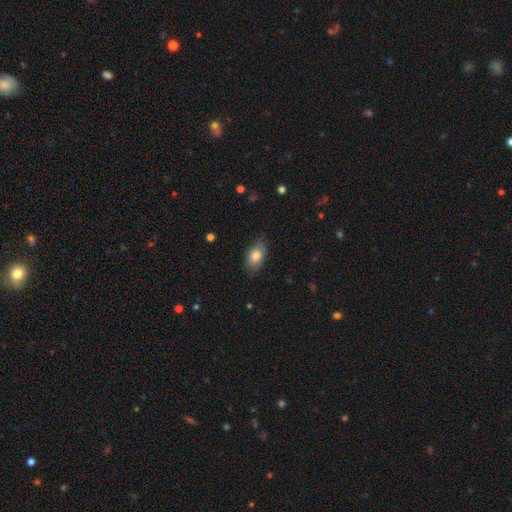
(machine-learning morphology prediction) The model was most divided on "merging": none: 81%, minor disturbance: 15%, major disturbance: 3%, merger: 1%. More confident: how rounded — in between (90%); smooth or featured — smooth (80%).